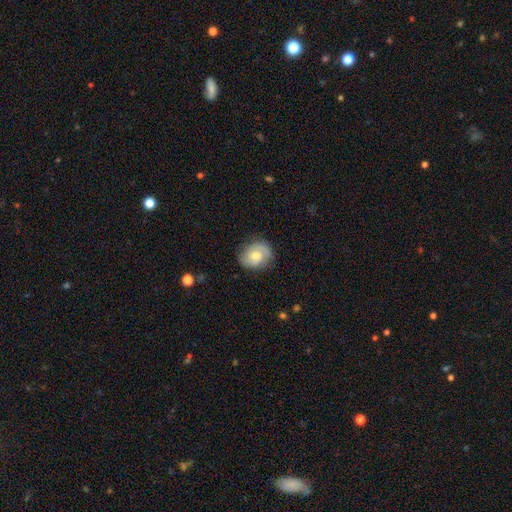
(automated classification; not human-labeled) This appears to be a featured or disk galaxy (50%). Merging: none (76%).